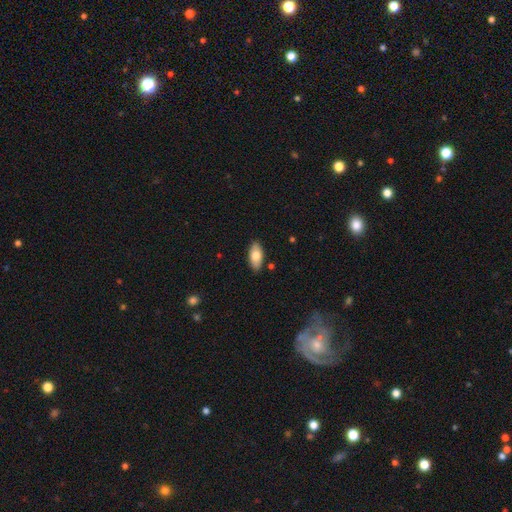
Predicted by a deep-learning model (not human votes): Q: Smooth or featured?
A: smooth (76%); runner-up: featured or disk (18%)
Q: How rounded?
A: in between (91%); runner-up: cigar-shaped (7%)
Q: Merging?
A: none (87%); runner-up: minor disturbance (9%)